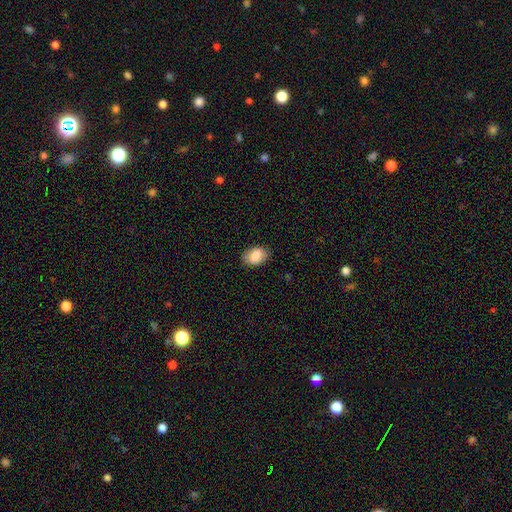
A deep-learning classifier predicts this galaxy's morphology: Smooth or featured: smooth — 86% (star or artifact — 7%)
How rounded: in between — 86% (round — 13%)
Merging: none — 83% (minor disturbance — 13%)